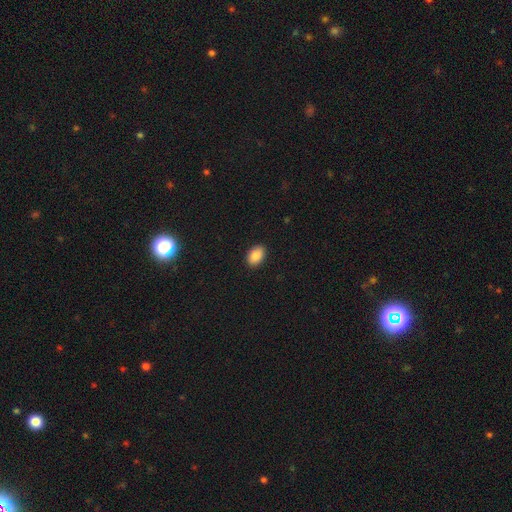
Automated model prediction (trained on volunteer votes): The model was most divided on "how rounded": in between: 88%, round: 11%, cigar-shaped: 1%. More confident: merging — none (90%); smooth or featured — smooth (89%).